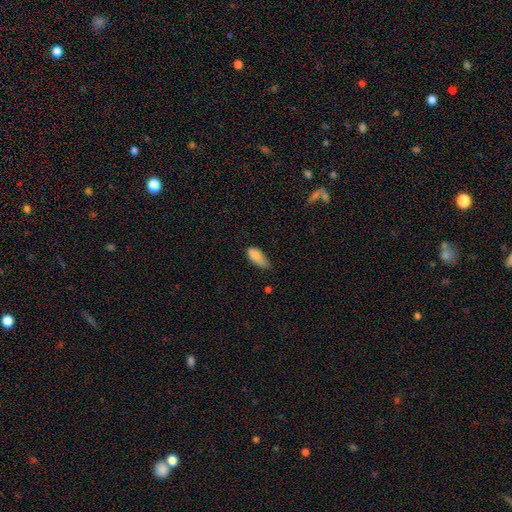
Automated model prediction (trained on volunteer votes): Smooth or featured? smooth (84%)
How rounded? in between (89%)
Merging? minor disturbance (49%)